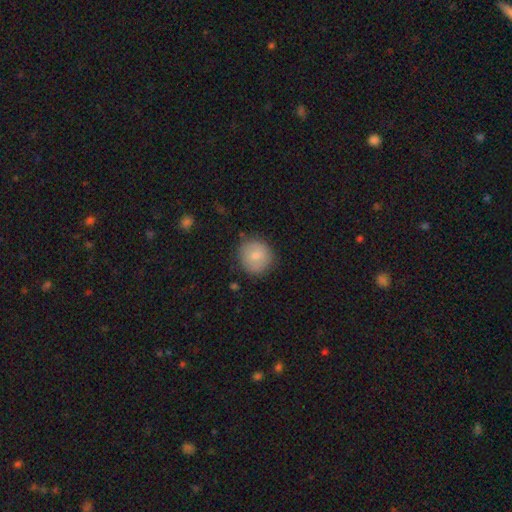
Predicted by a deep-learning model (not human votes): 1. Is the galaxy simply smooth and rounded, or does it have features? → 78% smooth, 15% featured or disk, 7% star or artifact.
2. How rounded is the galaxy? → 91% round, 8% in between, 1% cigar-shaped.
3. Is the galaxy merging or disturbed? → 81% none, 14% minor disturbance, 3% major disturbance, 2% merger.